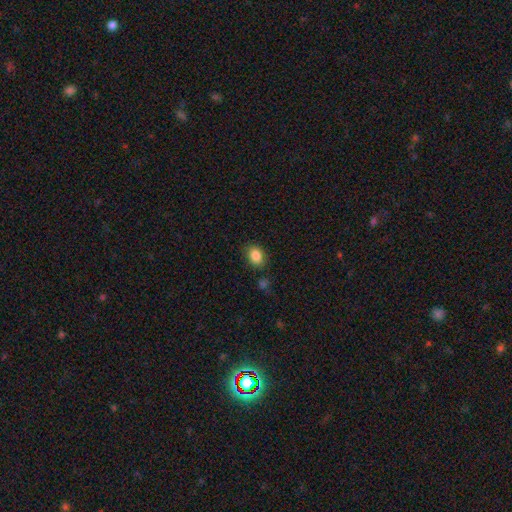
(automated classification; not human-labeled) Morphology: type=smooth (86%); roundness=in between (68%); merging=none (82%).